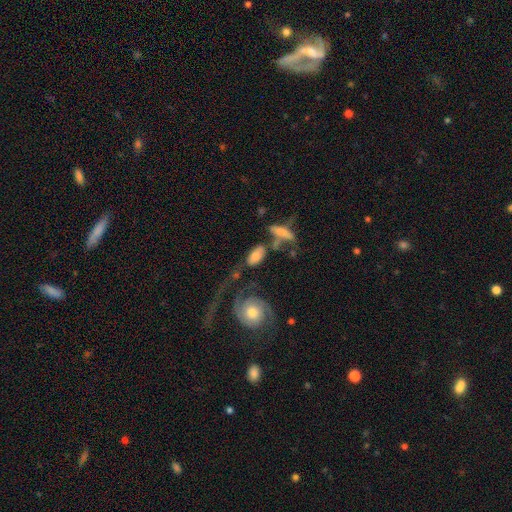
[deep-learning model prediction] Smooth or featured? Predicted: smooth (p=0.48). Merging? Predicted: none (p=0.38).